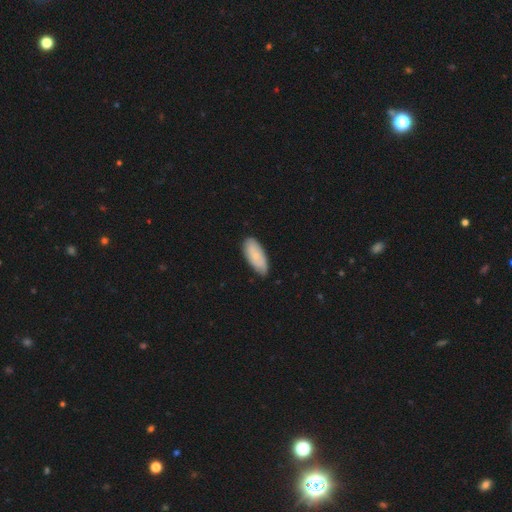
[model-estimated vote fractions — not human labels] smooth_or_featured: smooth (p=0.68) [alt: featured or disk p=0.26]
how_rounded: in between (p=0.86) [alt: cigar-shaped p=0.12]
merging: none (p=0.73) [alt: minor disturbance p=0.23]